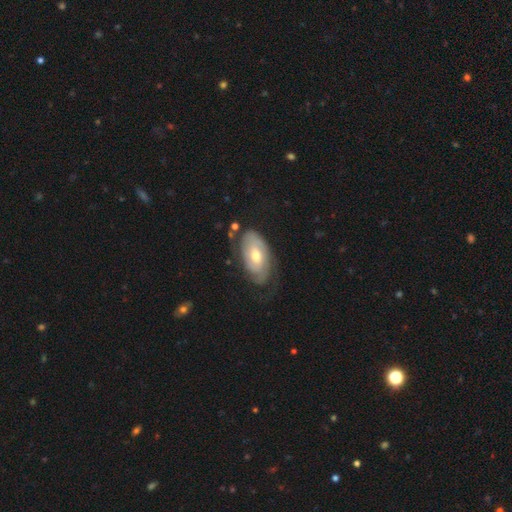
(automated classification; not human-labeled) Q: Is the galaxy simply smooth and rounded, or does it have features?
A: featured or disk — 72%.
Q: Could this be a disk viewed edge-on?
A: no — 93%.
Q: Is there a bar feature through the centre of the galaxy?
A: no — 59%.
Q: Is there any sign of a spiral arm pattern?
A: yes — 87%.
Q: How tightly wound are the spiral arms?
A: tight — 66%.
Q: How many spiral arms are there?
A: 2 — 46%.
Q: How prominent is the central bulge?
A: moderate — 70%.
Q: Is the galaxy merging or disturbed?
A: none — 66%.